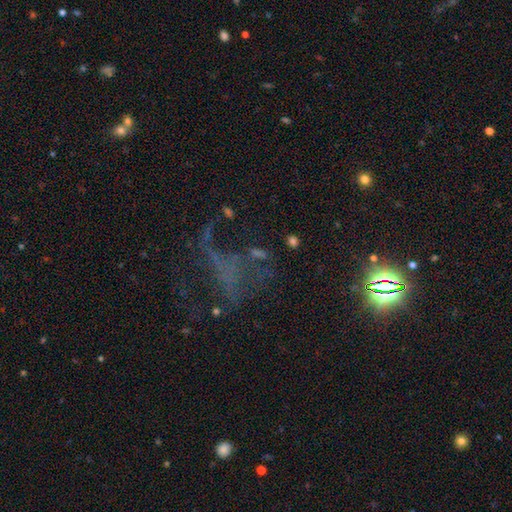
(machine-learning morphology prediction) type=star or artifact (45%).